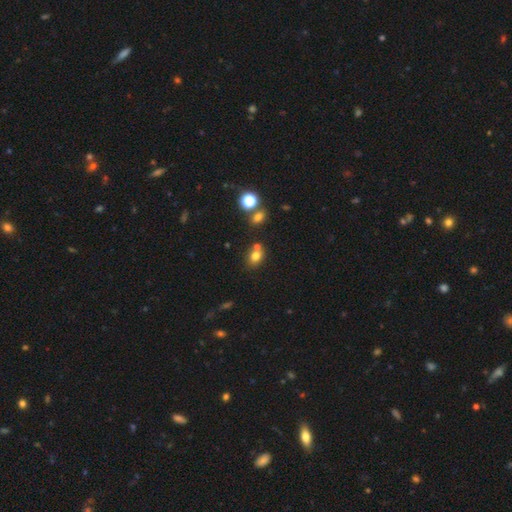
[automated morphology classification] The model was most divided on "how rounded": round: 53%, in between: 46%, cigar-shaped: 1%. More confident: smooth or featured — smooth (75%); merging — none (58%).